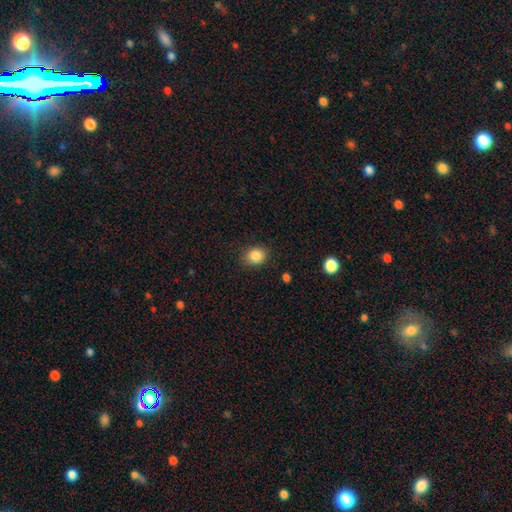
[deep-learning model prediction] Overall: smooth (85%). How rounded: round (51%; in between 48%). Merging: none (84%).